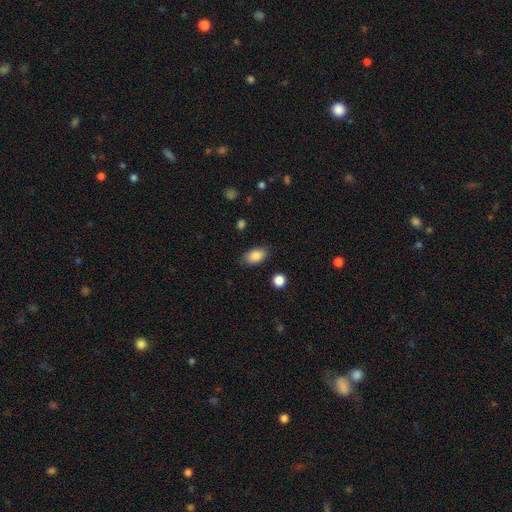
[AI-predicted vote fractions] smooth_or_featured: smooth (p=0.87) [alt: star or artifact p=0.08]
how_rounded: in between (p=0.90) [alt: round p=0.08]
merging: none (p=0.84) [alt: minor disturbance p=0.12]